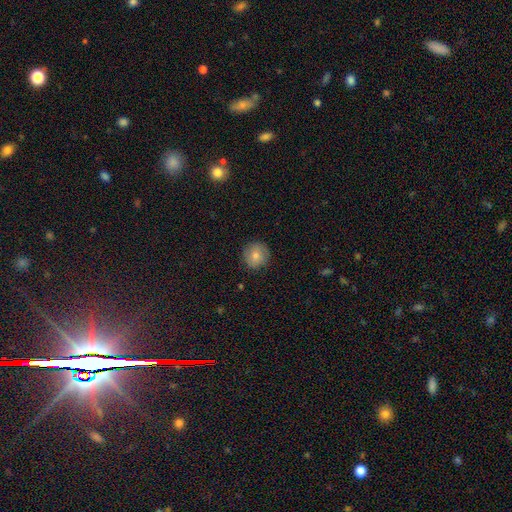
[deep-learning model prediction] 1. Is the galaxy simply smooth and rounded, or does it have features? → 78% smooth, 13% featured or disk, 9% star or artifact.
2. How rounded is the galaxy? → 92% round, 7% in between, 1% cigar-shaped.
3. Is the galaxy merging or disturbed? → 88% none, 9% minor disturbance, 2% major disturbance, 1% merger.